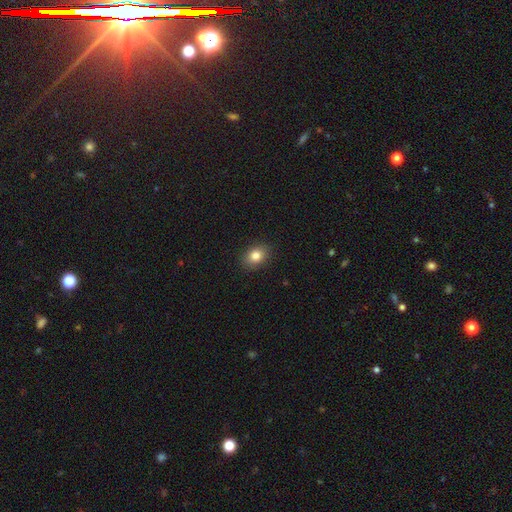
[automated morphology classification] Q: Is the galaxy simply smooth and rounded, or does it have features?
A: smooth — 83%.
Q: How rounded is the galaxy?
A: in between — 65%.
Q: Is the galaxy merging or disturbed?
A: none — 89%.